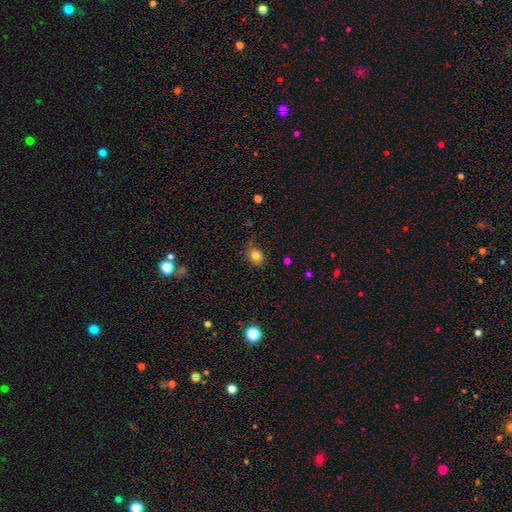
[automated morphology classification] Q: Smooth or featured?
A: smooth (81%); runner-up: star or artifact (12%)
Q: How rounded?
A: in between (60%); runner-up: round (39%)
Q: Merging?
A: none (81%); runner-up: minor disturbance (15%)